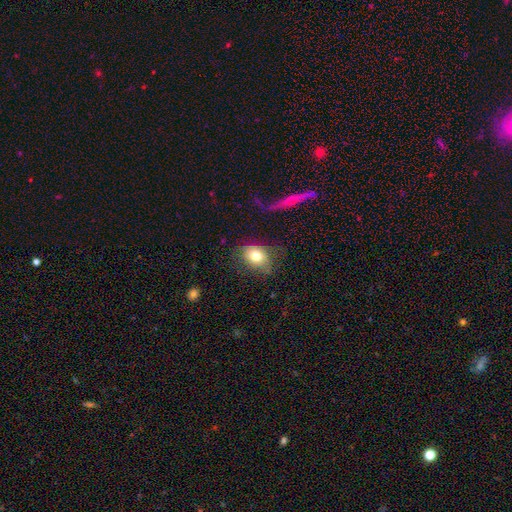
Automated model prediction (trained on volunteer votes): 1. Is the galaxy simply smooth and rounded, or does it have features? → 74% smooth, 17% featured or disk, 9% star or artifact.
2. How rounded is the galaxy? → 58% in between, 41% round, 1% cigar-shaped.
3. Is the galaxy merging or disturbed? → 60% none, 23% minor disturbance, 14% major disturbance, 3% merger.